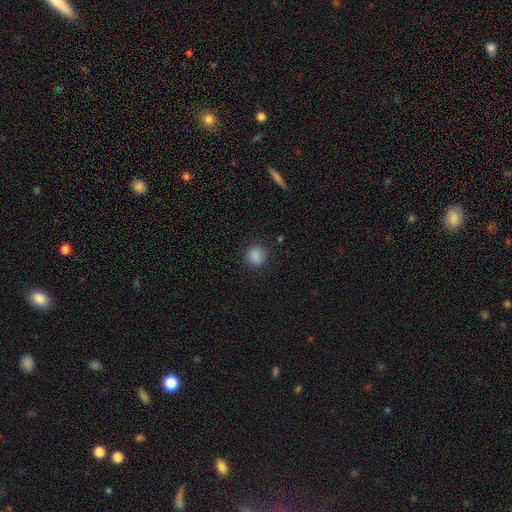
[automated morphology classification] Smooth or featured?
  - smooth: 87% *
  - star or artifact: 10%
  - featured or disk: 3%
How rounded?
  - round: 91% *
  - in between: 8%
  - cigar-shaped: 1%
Merging?
  - none: 89% *
  - minor disturbance: 7%
  - major disturbance: 3%
  - merger: 1%